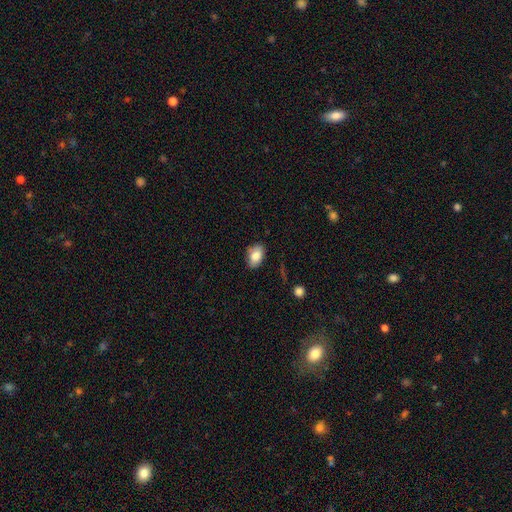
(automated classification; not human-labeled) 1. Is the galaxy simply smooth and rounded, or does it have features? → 83% smooth, 9% featured or disk, 8% star or artifact.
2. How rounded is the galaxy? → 86% in between, 12% round, 1% cigar-shaped.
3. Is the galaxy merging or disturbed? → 77% none, 18% minor disturbance, 3% major disturbance, 2% merger.